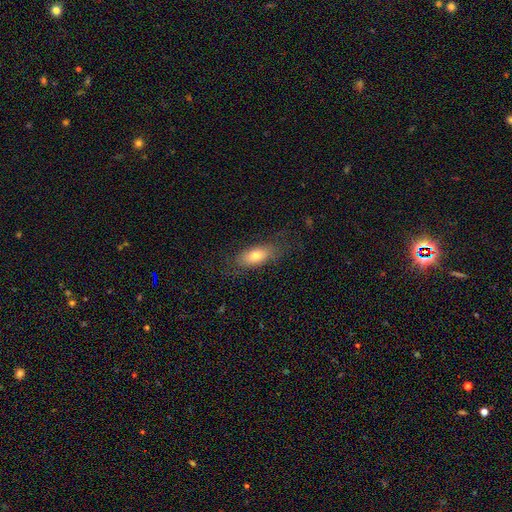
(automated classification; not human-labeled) Smooth or featured: smooth — 72% (featured or disk — 20%)
How rounded: in between — 83% (cigar-shaped — 12%)
Merging: none — 75% (minor disturbance — 16%)